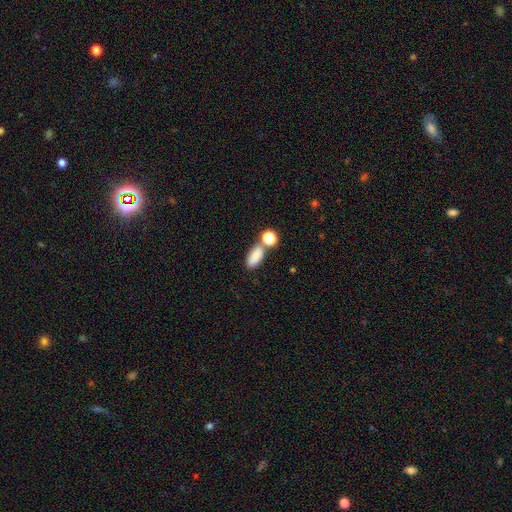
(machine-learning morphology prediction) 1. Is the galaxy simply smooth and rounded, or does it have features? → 84% smooth, 9% star or artifact, 7% featured or disk.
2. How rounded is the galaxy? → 84% in between, 9% cigar-shaped, 7% round.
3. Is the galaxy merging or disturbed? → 57% none, 27% merger, 12% minor disturbance, 5% major disturbance.